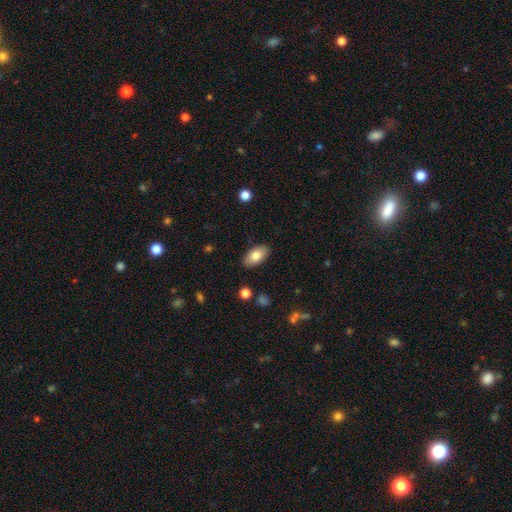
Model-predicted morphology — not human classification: The model was most divided on "smooth or featured": smooth: 80%, featured or disk: 14%, star or artifact: 7%. More confident: how rounded — in between (93%); merging — none (87%).